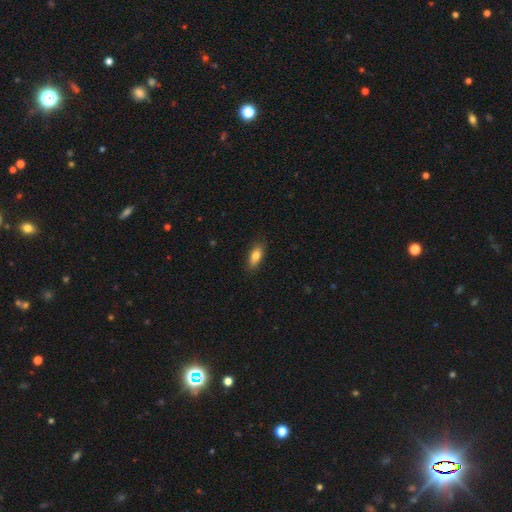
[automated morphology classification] Smooth or featured? Predicted: smooth (p=0.80). How rounded? Predicted: in between (p=0.78). Merging? Predicted: none (p=0.86).